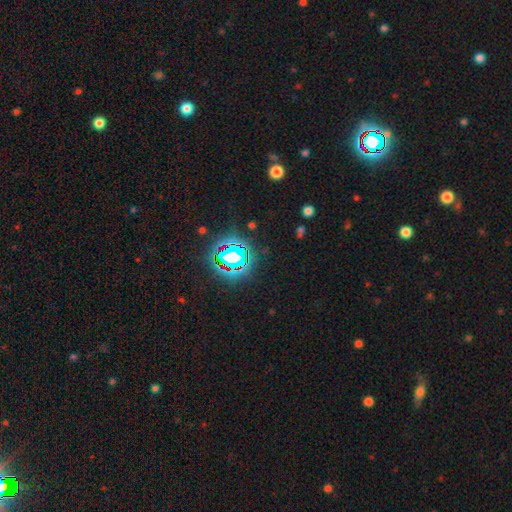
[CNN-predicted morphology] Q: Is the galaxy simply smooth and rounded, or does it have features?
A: star or artifact — 81%.